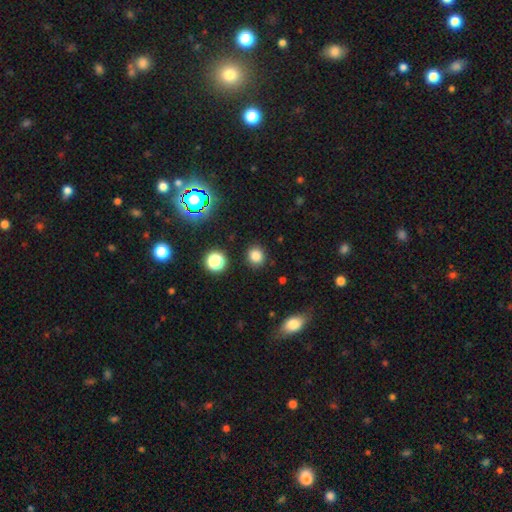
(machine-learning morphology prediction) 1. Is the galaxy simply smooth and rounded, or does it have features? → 80% smooth, 15% star or artifact, 5% featured or disk.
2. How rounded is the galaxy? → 84% round, 15% in between, 1% cigar-shaped.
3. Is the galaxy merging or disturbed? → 89% none, 7% minor disturbance, 2% major disturbance, 2% merger.